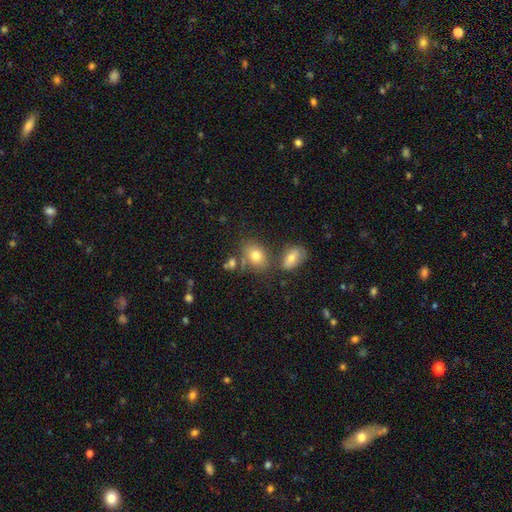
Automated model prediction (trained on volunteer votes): smooth 77%, featured or disk 13%, star or artifact 10%. Down the decision tree: how rounded — in between (72%); merging — none (60%).